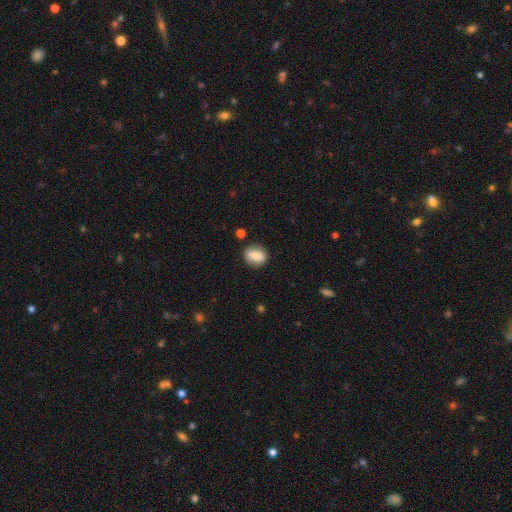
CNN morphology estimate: A smooth galaxy with no disk features (79%) that is round (52%).

Vote fractions:
- Smooth or featured? smooth: 79% / featured or disk: 14% / star or artifact: 8%
- How rounded? round: 52% / in between: 46% / cigar-shaped: 2%
- Merging? none: 84% / minor disturbance: 11% / major disturbance: 3% / merger: 2%